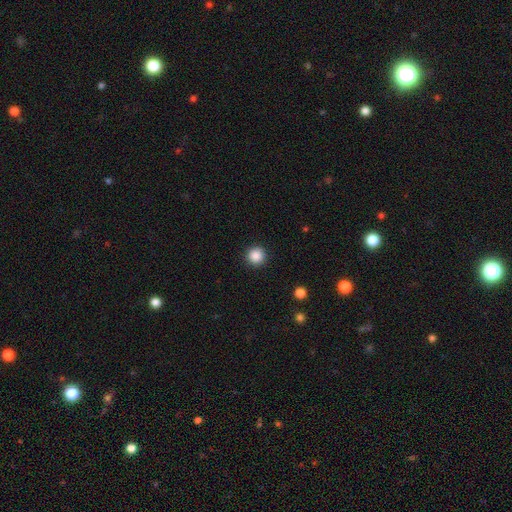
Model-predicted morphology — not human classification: Smooth or featured?
  - smooth: 87% *
  - star or artifact: 10%
  - featured or disk: 3%
How rounded?
  - round: 95% *
  - in between: 4%
  - cigar-shaped: 1%
Merging?
  - none: 92% *
  - minor disturbance: 5%
  - major disturbance: 2%
  - merger: 1%